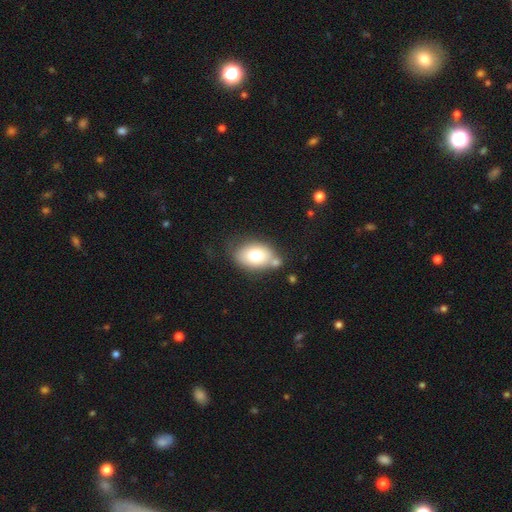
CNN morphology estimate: smooth-or-featured: smooth: 73% | featured or disk: 19% | star or artifact: 8%
  how-rounded: in between: 80% | round: 19% | cigar-shaped: 1%
  merging: none: 57% | minor disturbance: 19% | merger: 17% | major disturbance: 7%